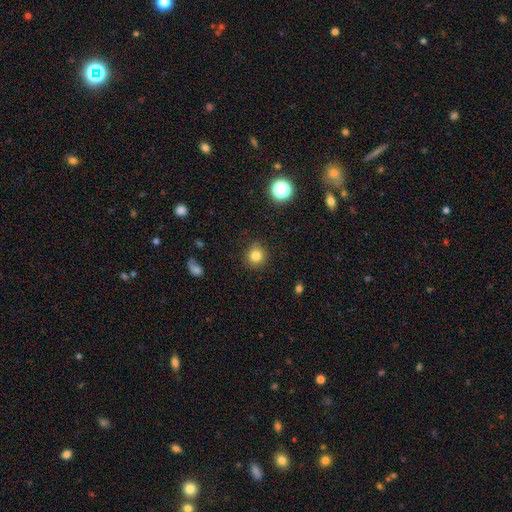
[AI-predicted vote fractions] smooth-or-featured: smooth: 81% | star or artifact: 13% | featured or disk: 6%
  how-rounded: round: 88% | in between: 11% | cigar-shaped: 1%
  merging: none: 87% | minor disturbance: 9% | major disturbance: 3% | merger: 1%